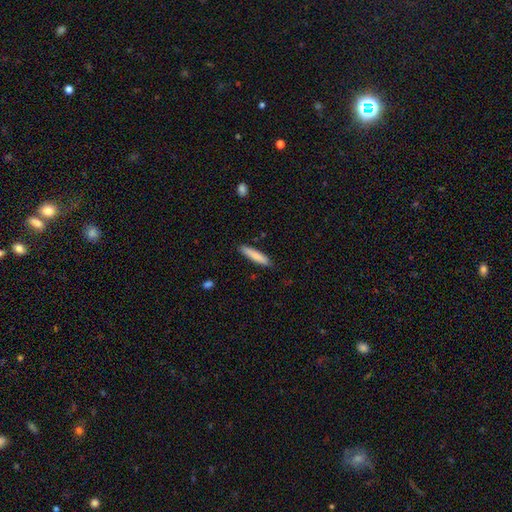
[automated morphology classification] The model was most divided on "smooth or featured": smooth: 83%, featured or disk: 11%, star or artifact: 6%. More confident: how rounded — cigar-shaped (87%); merging — none (86%).